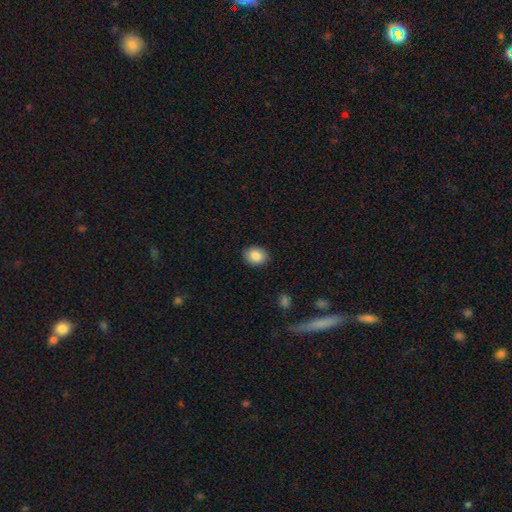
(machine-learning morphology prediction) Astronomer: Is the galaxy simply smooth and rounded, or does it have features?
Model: smooth — 86%.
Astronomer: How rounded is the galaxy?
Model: in between — 56% (runner-up: round, 43%).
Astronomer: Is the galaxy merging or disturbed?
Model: none — 87%.